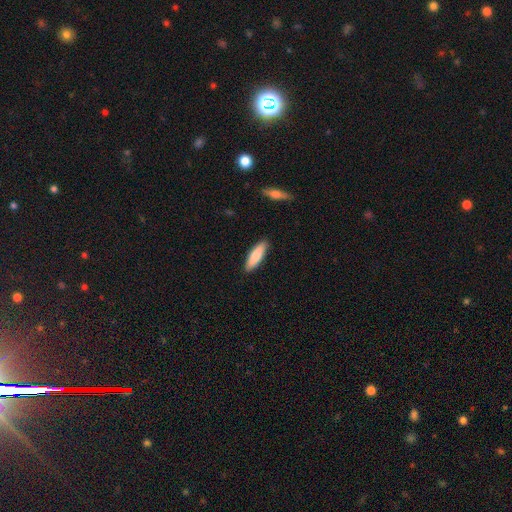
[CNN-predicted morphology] This is clearly a smooth galaxy (81%). How rounded: possibly cigar-shaped (54%). Merging: clearly none (88%).